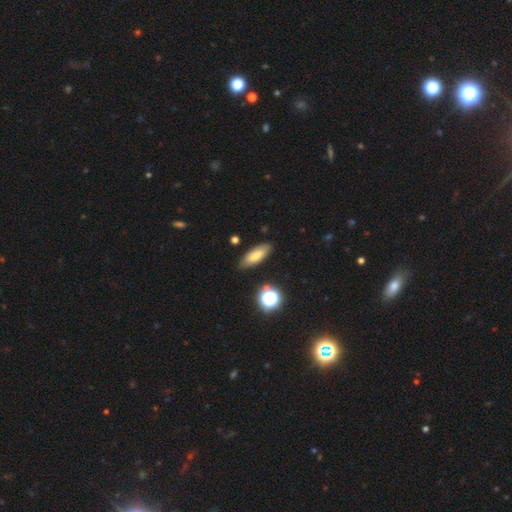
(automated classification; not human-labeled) Smooth or featured: smooth — 72% (featured or disk — 18%)
How rounded: in between — 71% (cigar-shaped — 25%)
Merging: none — 83% (minor disturbance — 12%)